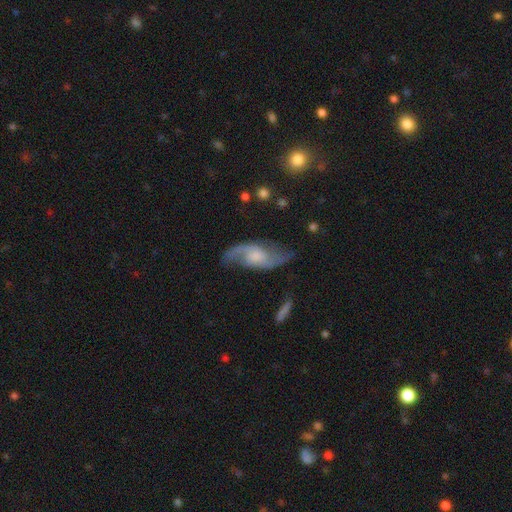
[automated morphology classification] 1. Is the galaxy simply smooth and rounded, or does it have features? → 83% featured or disk, 11% smooth, 6% star or artifact.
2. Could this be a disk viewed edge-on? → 94% no, 6% yes.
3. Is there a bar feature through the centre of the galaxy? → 54% no, 39% weak, 7% strong.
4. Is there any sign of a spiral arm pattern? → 96% yes, 4% no.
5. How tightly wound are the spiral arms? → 51% loose, 39% medium, 10% tight.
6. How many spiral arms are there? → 90% 2, 4% can't tell, 2% 1, 1% 3, 1% 4, 1% more than 4.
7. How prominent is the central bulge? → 37% moderate, 24% small, 19% large, 18% none, 2% dominant.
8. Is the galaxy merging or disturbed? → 70% none, 19% minor disturbance, 9% major disturbance, 2% merger.